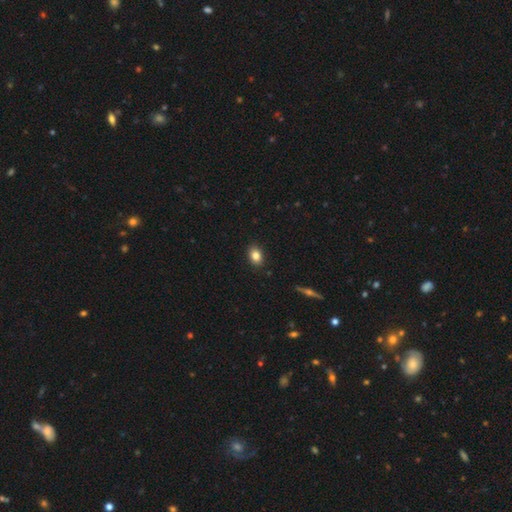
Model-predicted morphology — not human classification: type=smooth (83%); roundness=in between (74%); merging=none (89%).